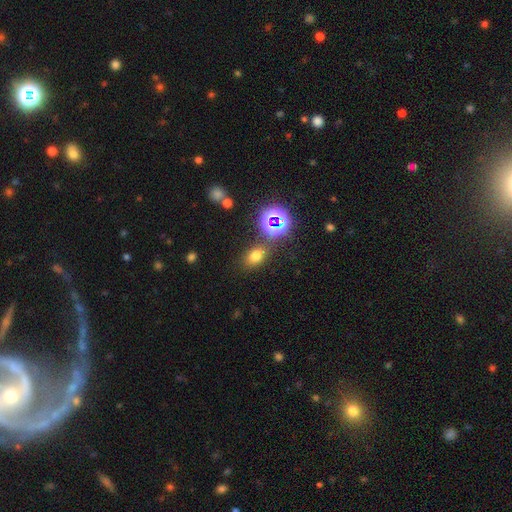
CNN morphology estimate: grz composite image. It shows a smooth galaxy with no disk features (67%) that is in between round and cigar-shaped (73%). Merging: none (77%).